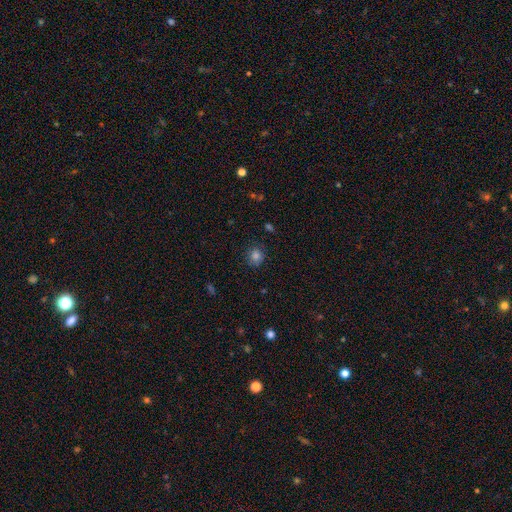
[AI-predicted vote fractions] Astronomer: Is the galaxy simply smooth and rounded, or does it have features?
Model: smooth — 81%.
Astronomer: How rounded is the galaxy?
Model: round — 83%.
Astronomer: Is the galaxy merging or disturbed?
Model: none — 83%.